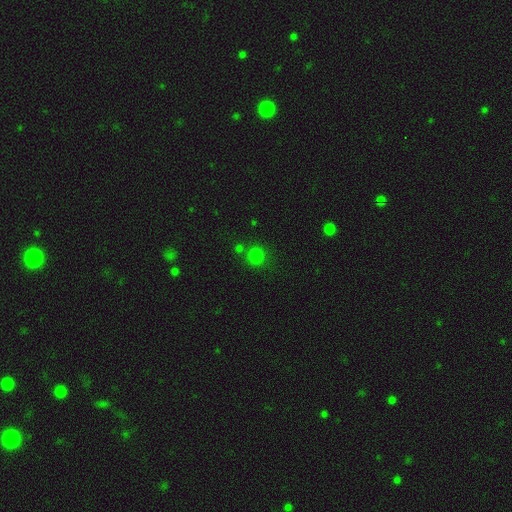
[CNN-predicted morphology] type=smooth (76%); roundness=round (91%); merging=none (79%).